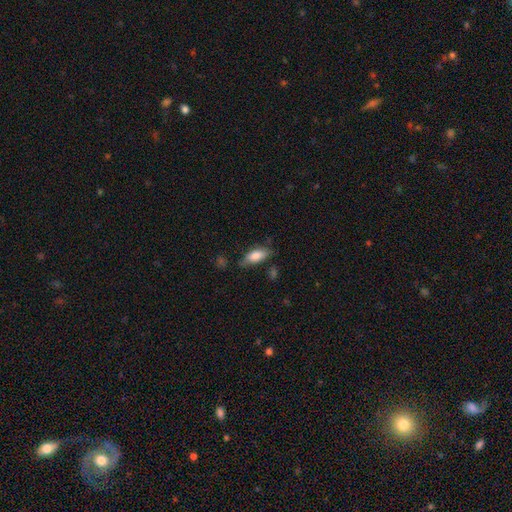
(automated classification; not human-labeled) Q: Smooth or featured?
A: smooth (80%); runner-up: featured or disk (13%)
Q: How rounded?
A: in between (79%); runner-up: cigar-shaped (18%)
Q: Merging?
A: none (61%); runner-up: minor disturbance (28%)